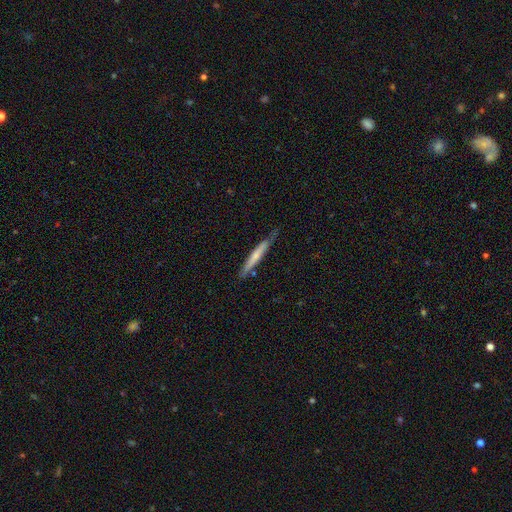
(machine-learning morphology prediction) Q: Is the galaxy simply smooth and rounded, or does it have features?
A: smooth — 50%.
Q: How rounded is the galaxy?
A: cigar-shaped — 95%.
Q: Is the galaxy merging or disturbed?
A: none — 73%.